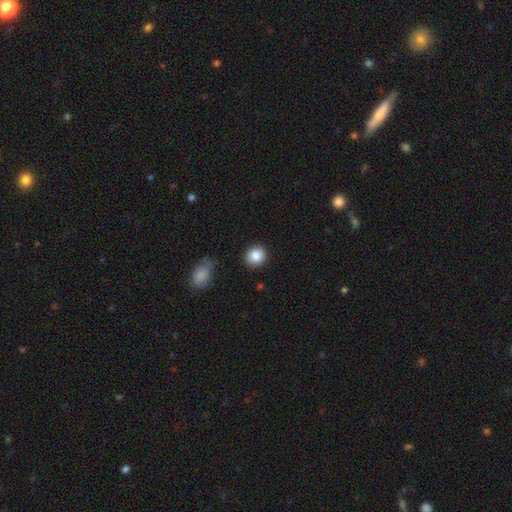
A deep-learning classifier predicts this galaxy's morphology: Smooth or featured? smooth (86%)
How rounded? round (80%)
Merging? none (86%)